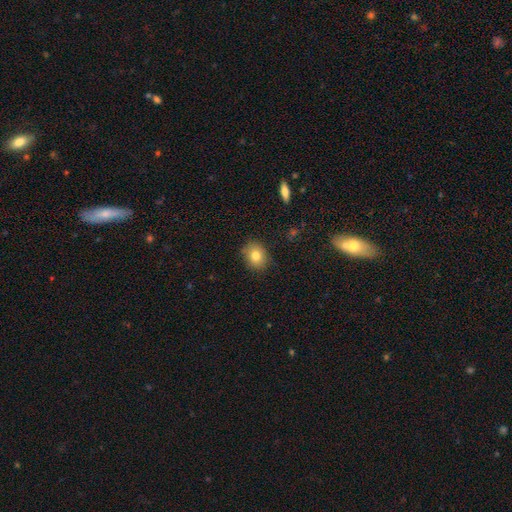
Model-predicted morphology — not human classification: The model was most divided on "how rounded": round: 57%, in between: 42%, cigar-shaped: 1%. More confident: merging — none (84%); smooth or featured — smooth (79%).